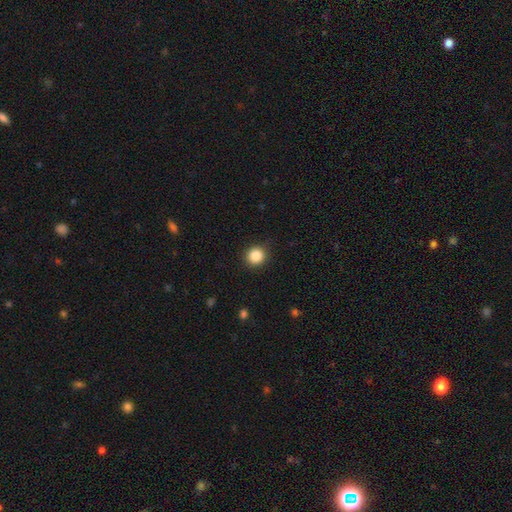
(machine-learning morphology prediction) Overall: smooth (86%). How rounded: round (91%). Merging: none (90%).